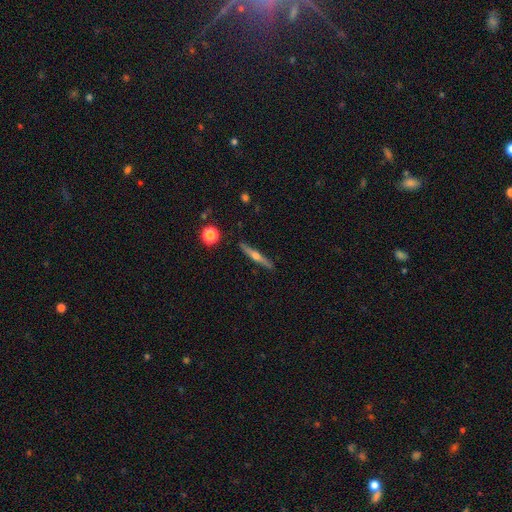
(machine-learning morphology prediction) Smooth or featured?
  - featured or disk: 67% *
  - smooth: 27%
  - star or artifact: 7%
Edge-on disk?
  - yes: 97% *
  - no: 3%
Edge-on bulge?
  - rounded: 91% *
  - none: 6%
  - boxy: 3%
Merging?
  - none: 90% *
  - minor disturbance: 7%
  - major disturbance: 2%
  - merger: 1%